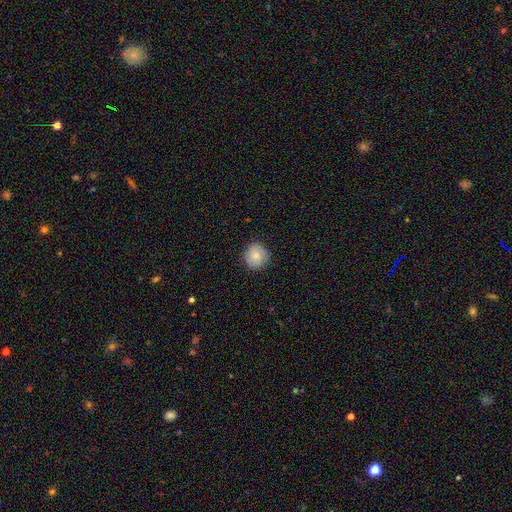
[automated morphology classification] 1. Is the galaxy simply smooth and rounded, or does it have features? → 79% smooth, 13% featured or disk, 8% star or artifact.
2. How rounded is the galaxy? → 92% round, 7% in between, 1% cigar-shaped.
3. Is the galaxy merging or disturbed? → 85% none, 12% minor disturbance, 2% major disturbance, 1% merger.